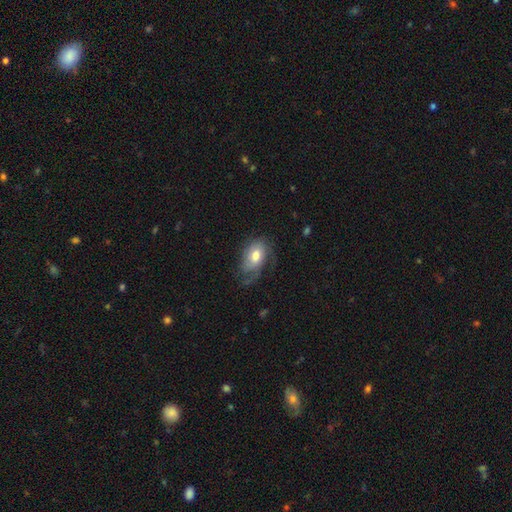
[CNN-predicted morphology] A featured or disk galaxy (47%).

Vote fractions:
- Smooth or featured? featured or disk: 47% / smooth: 46% / star or artifact: 7%
- Merging? none: 45% / minor disturbance: 29% / major disturbance: 25% / merger: 2%